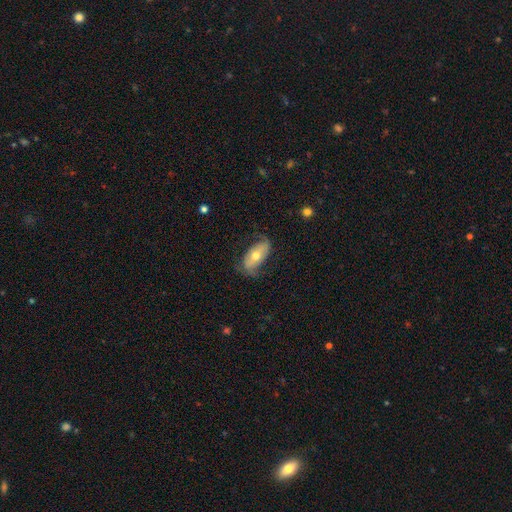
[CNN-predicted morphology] Smooth or featured: featured or disk — 52% (smooth — 42%)
Edge-on disk: no — 86% (yes — 14%)
Merging: none — 64% (minor disturbance — 24%)